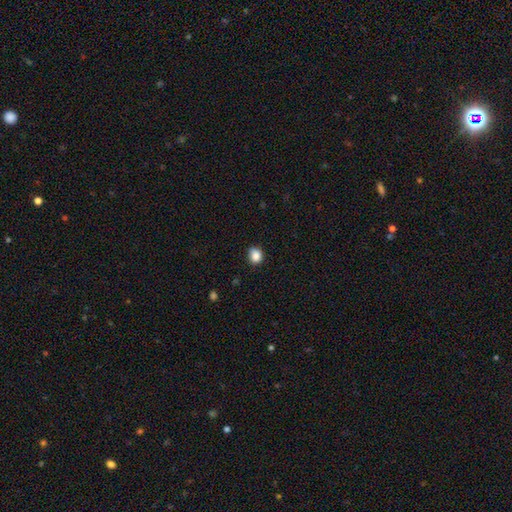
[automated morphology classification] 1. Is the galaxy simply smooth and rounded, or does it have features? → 86% smooth, 10% star or artifact, 4% featured or disk.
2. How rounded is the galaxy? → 67% round, 32% in between, 1% cigar-shaped.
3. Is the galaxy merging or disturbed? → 80% none, 16% minor disturbance, 3% major disturbance, 1% merger.